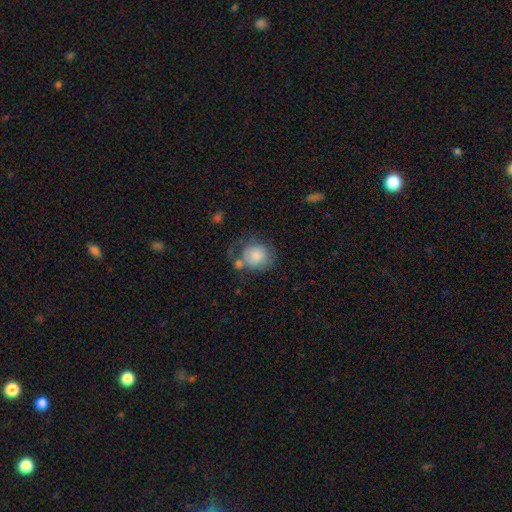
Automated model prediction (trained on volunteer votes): smooth 77%, featured or disk 16%, star or artifact 7%. Down the decision tree: how rounded — round (79%); merging — none (41%).